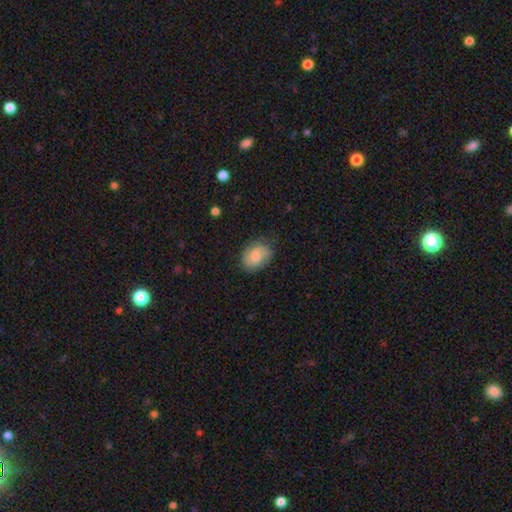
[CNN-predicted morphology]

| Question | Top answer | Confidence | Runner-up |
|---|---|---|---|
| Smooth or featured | smooth | 48% | featured or disk (45%) |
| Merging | none | 69% | minor disturbance (22%) |